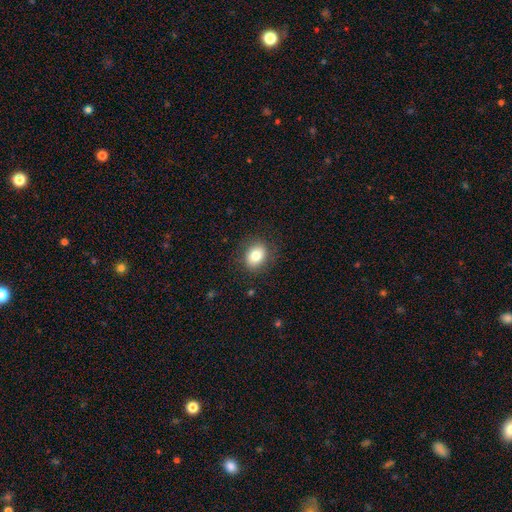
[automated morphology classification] Overall: smooth (81%). How rounded: in between (55%; round 44%). Merging: none (85%).